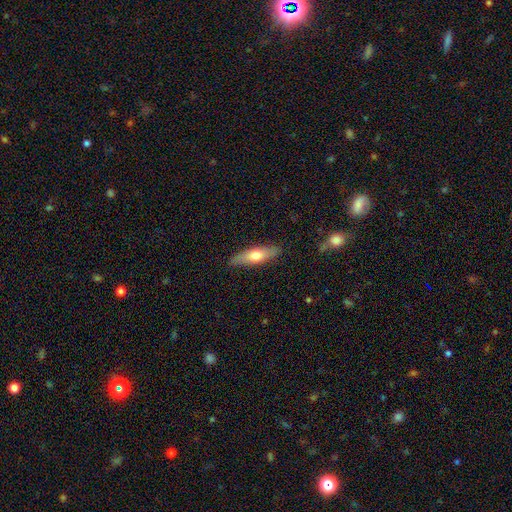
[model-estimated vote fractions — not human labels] smooth_or_featured: smooth (p=0.60) [alt: featured or disk p=0.34]
how_rounded: cigar-shaped (p=0.59) [alt: in between p=0.39]
merging: none (p=0.85) [alt: minor disturbance p=0.11]